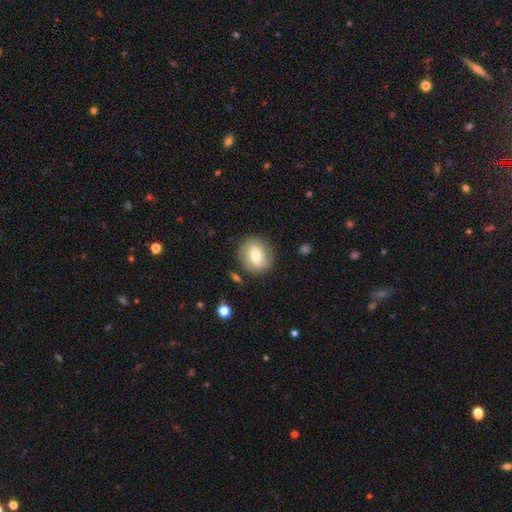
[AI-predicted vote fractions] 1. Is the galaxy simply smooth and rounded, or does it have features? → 68% smooth, 24% featured or disk, 8% star or artifact.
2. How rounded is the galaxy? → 80% round, 19% in between, 1% cigar-shaped.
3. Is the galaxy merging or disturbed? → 84% none, 11% minor disturbance, 4% major disturbance, 2% merger.